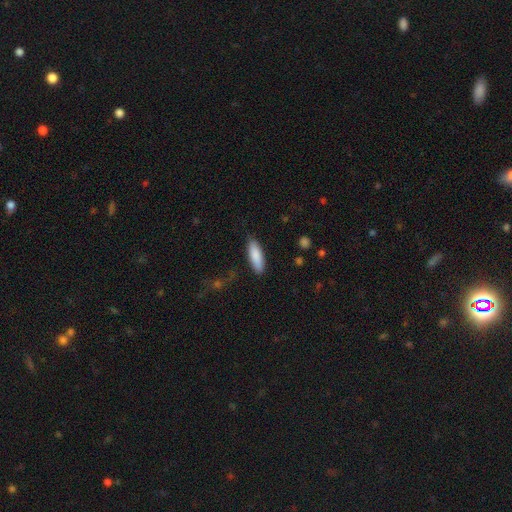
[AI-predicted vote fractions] Morphology: type=smooth (87%); roundness=cigar-shaped (52%); merging=none (86%).